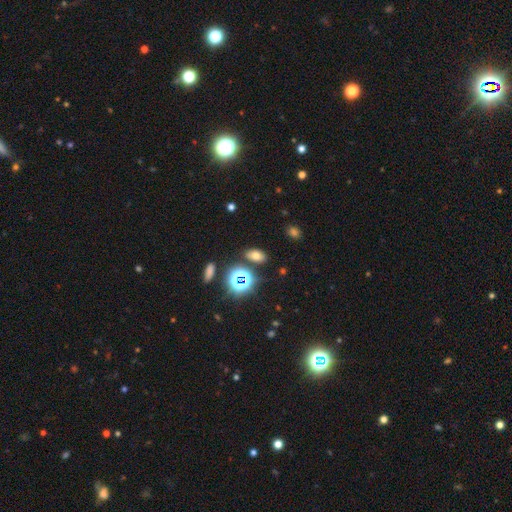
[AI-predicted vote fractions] This is likely a smooth galaxy (62%). How rounded: clearly in between (84%). Merging: clearly none (82%).